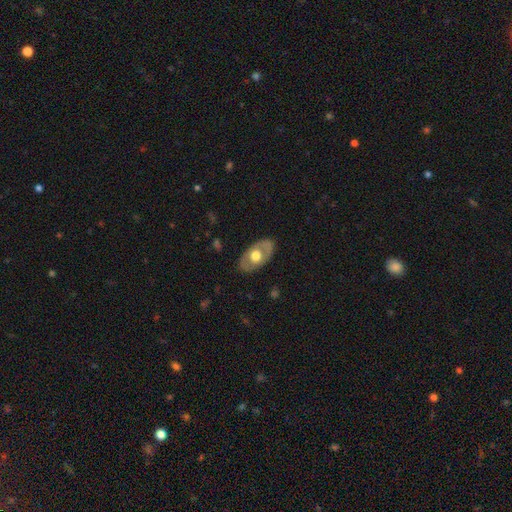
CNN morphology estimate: Smooth or featured?
  - featured or disk: 50% *
  - smooth: 45%
  - star or artifact: 5%
Merging?
  - none: 82% *
  - minor disturbance: 13%
  - major disturbance: 4%
  - merger: 1%